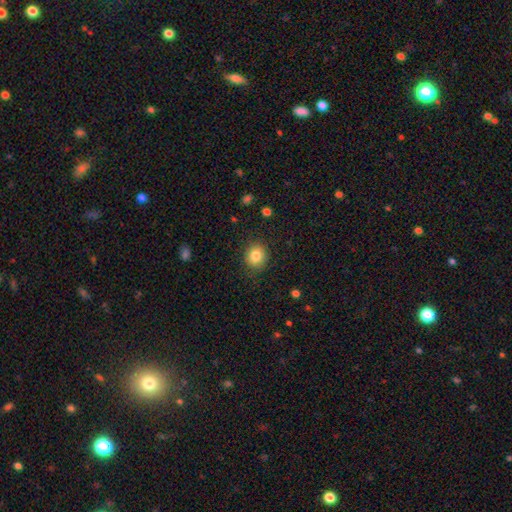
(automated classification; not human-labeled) Smooth or featured: smooth — 84% (star or artifact — 10%)
How rounded: round — 75% (in between — 24%)
Merging: none — 86% (minor disturbance — 10%)